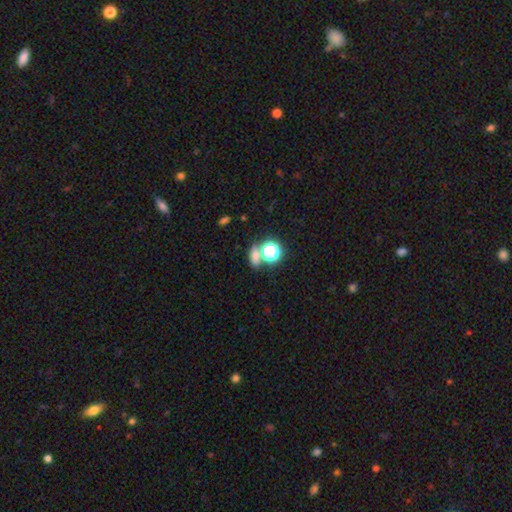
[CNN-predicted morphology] Smooth or featured?
  - smooth: 62% *
  - star or artifact: 29%
  - featured or disk: 9%
How rounded?
  - in between: 47% *
  - round: 46%
  - cigar-shaped: 7%
Merging?
  - none: 61% *
  - merger: 25%
  - minor disturbance: 10%
  - major disturbance: 5%